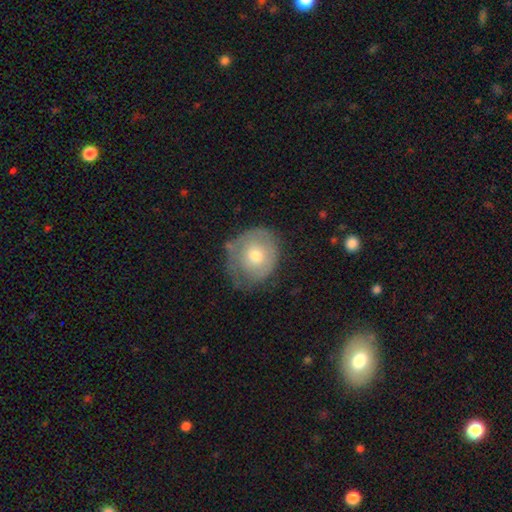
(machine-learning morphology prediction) Smooth or featured? Predicted: smooth (p=0.56). How rounded? Predicted: round (p=0.74). Merging? Predicted: none (p=0.54).